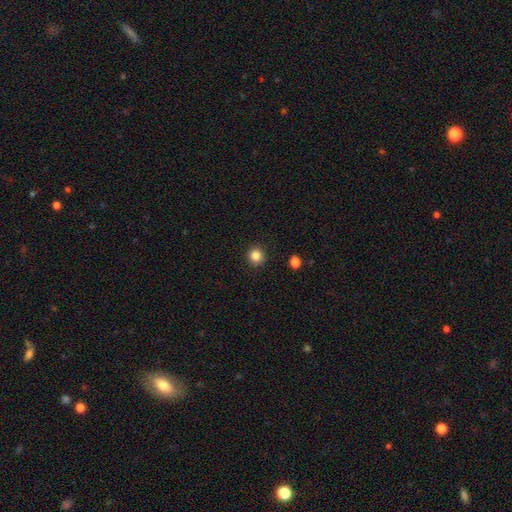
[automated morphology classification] This is clearly a smooth galaxy (84%). How rounded: clearly round (93%). Merging: clearly none (92%).